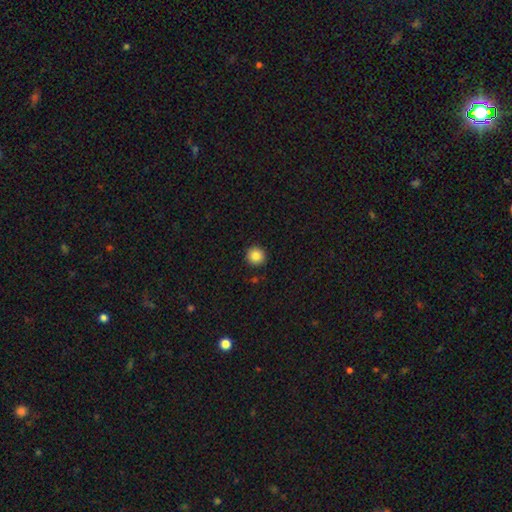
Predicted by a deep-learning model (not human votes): A smooth galaxy with no disk features (86%) that is round (94%).

Vote fractions:
- Smooth or featured? smooth: 86% / star or artifact: 10% / featured or disk: 4%
- How rounded? round: 94% / in between: 5% / cigar-shaped: 1%
- Merging? none: 91% / minor disturbance: 6% / major disturbance: 2% / merger: 1%